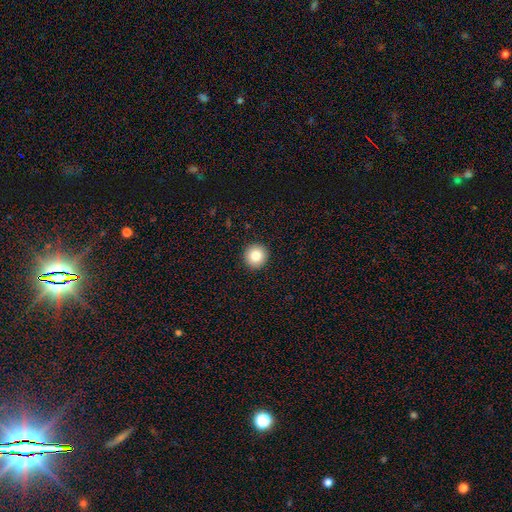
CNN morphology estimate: A smooth galaxy with no disk features (82%) that is round (96%). Merging: none (94%).